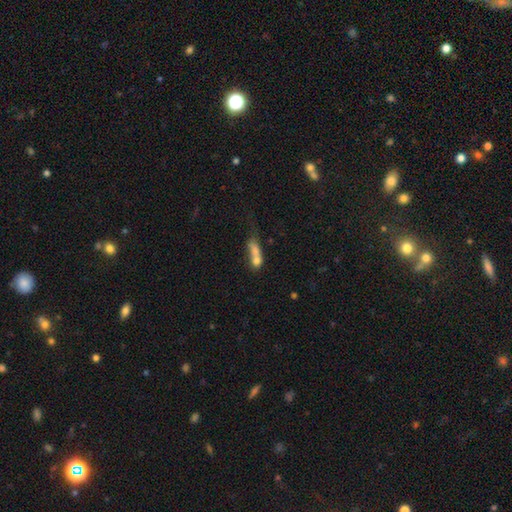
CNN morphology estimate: Q: Smooth or featured?
A: smooth (66%); runner-up: featured or disk (23%)
Q: How rounded?
A: in between (51%); runner-up: cigar-shaped (33%)
Q: Merging?
A: merger (57%); runner-up: none (19%)